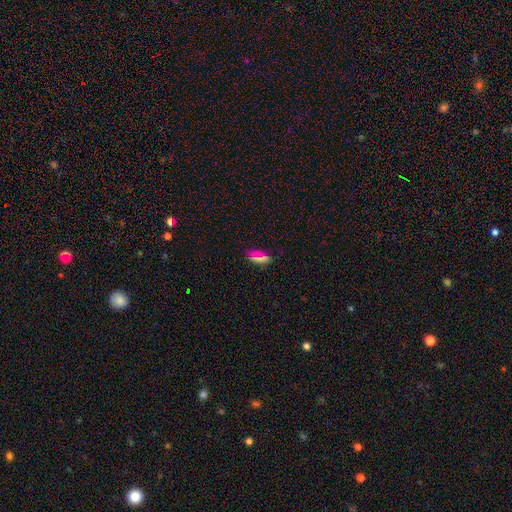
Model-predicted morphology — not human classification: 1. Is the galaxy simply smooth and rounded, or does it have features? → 68% smooth, 23% star or artifact, 9% featured or disk.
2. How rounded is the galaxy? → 76% in between, 17% cigar-shaped, 7% round.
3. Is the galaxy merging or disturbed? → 84% none, 12% minor disturbance, 3% major disturbance, 2% merger.